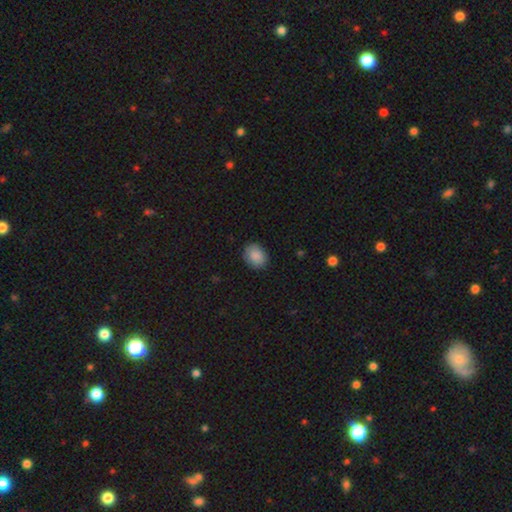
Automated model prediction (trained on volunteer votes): A smooth galaxy with no disk features (88%) that is in between round and cigar-shaped (53%). Merging: none (86%).